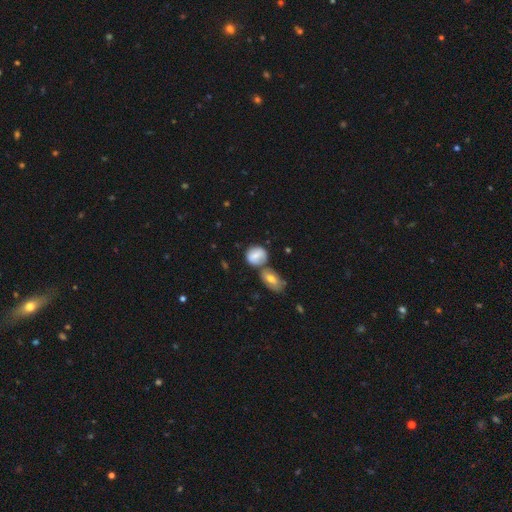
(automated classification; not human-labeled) Q: Smooth or featured?
A: smooth (72%); runner-up: featured or disk (20%)
Q: How rounded?
A: round (56%); runner-up: in between (42%)
Q: Merging?
A: none (45%); runner-up: merger (35%)